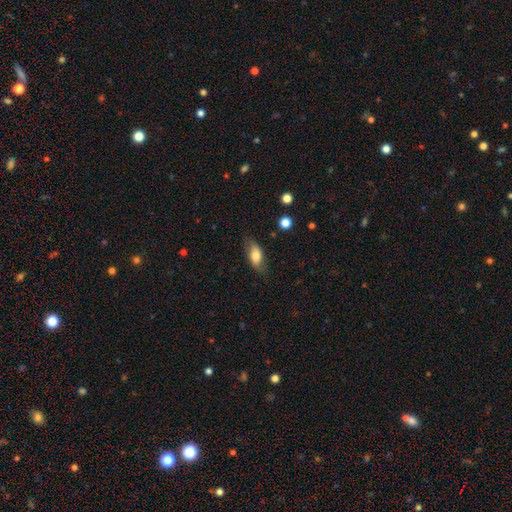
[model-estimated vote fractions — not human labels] This is likely a smooth galaxy (68%). How rounded: clearly in between (84%). Merging: likely none (74%).